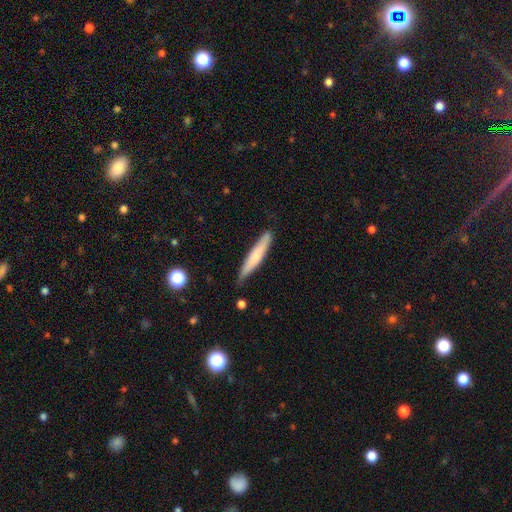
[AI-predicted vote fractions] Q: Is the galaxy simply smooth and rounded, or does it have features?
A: smooth — 65%.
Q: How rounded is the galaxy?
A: cigar-shaped — 92%.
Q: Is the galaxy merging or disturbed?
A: none — 79%.